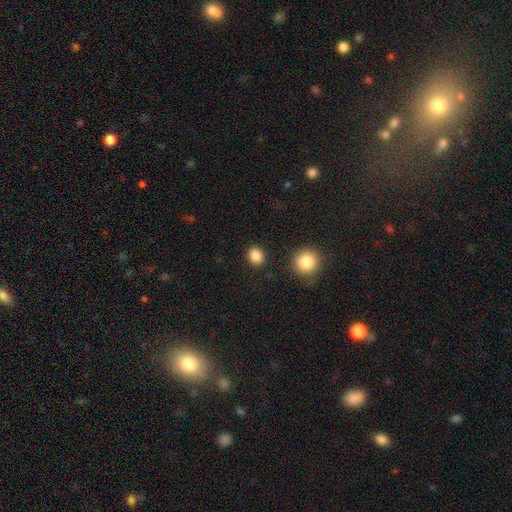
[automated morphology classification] This appears to be a smooth galaxy with no disk features (87%) that is round (69%). Merging: none (88%).